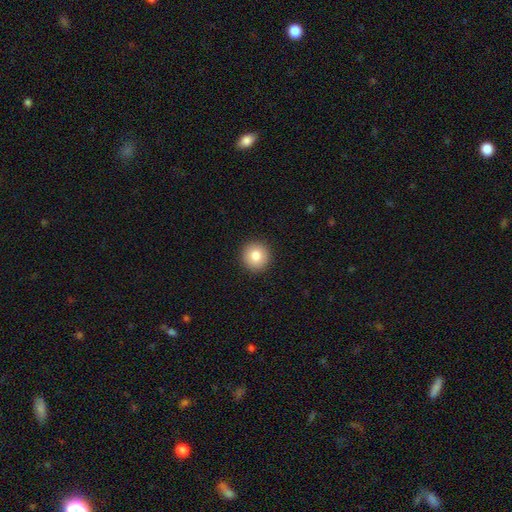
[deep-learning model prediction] This is clearly a smooth galaxy (82%). How rounded: clearly round (94%). Merging: clearly none (93%).